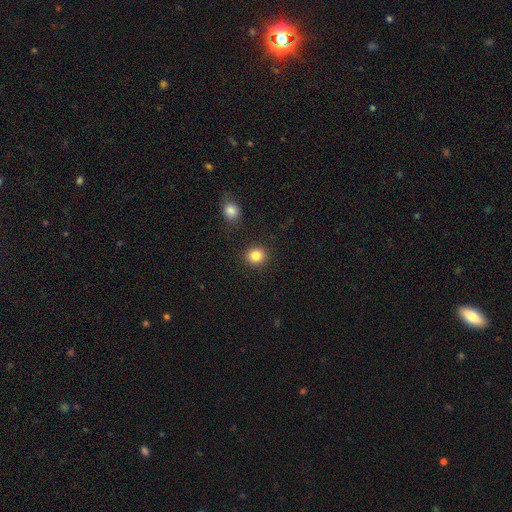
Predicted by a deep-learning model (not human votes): Q: Smooth or featured?
A: smooth (85%); runner-up: star or artifact (10%)
Q: How rounded?
A: round (82%); runner-up: in between (17%)
Q: Merging?
A: none (88%); runner-up: minor disturbance (6%)